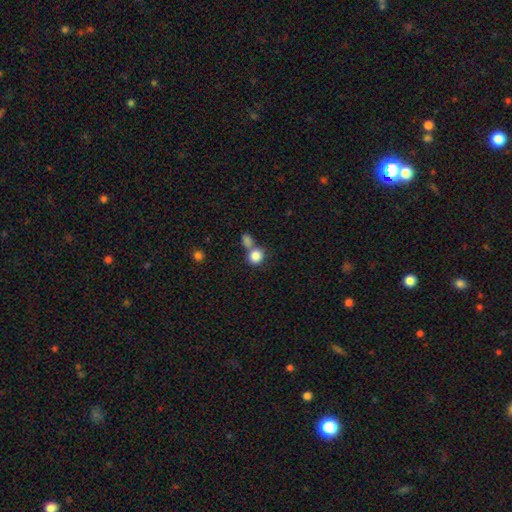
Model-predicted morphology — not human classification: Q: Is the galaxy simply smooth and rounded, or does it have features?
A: smooth — 85%.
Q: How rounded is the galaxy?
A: round — 79%.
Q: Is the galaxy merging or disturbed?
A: none — 45%.